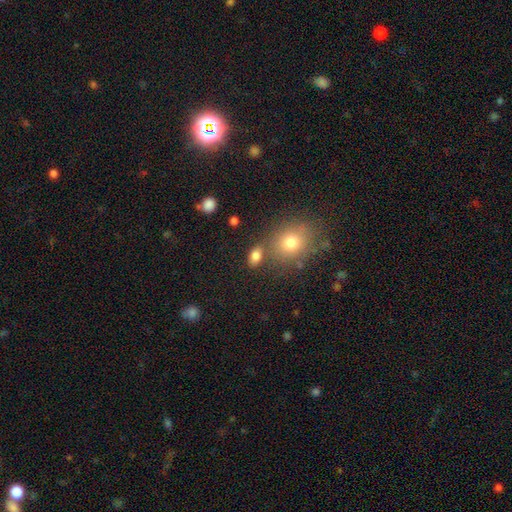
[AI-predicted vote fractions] smooth 80%, star or artifact 11%, featured or disk 9%. Down the decision tree: how rounded — in between (82%); merging — none (69%).